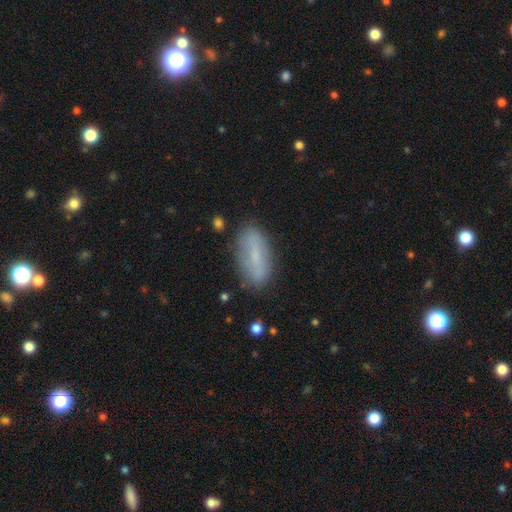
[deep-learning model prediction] Q: Smooth or featured?
A: smooth (61%); runner-up: featured or disk (31%)
Q: How rounded?
A: in between (71%); runner-up: cigar-shaped (27%)
Q: Merging?
A: none (80%); runner-up: minor disturbance (14%)